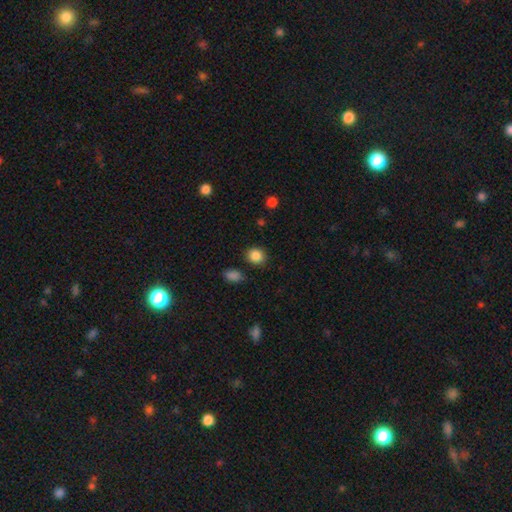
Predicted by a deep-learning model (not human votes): Smooth or featured?
  - smooth: 87% *
  - star or artifact: 9%
  - featured or disk: 4%
How rounded?
  - round: 76% *
  - in between: 23%
  - cigar-shaped: 1%
Merging?
  - none: 86% *
  - minor disturbance: 9%
  - merger: 3%
  - major disturbance: 3%